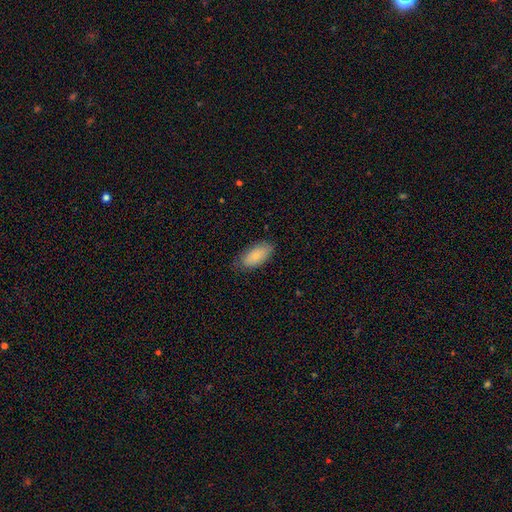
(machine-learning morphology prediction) This is clearly a smooth galaxy (83%). How rounded: clearly in between (92%). Merging: likely none (79%).